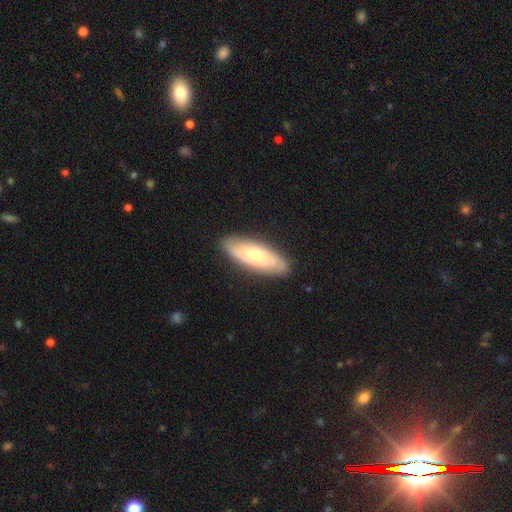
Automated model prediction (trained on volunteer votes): A smooth galaxy with no disk features (52%) that is in between round and cigar-shaped (66%).

Vote fractions:
- Smooth or featured? smooth: 52% / featured or disk: 42% / star or artifact: 6%
- How rounded? in between: 66% / cigar-shaped: 31% / round: 2%
- Merging? none: 86% / minor disturbance: 11% / major disturbance: 2% / merger: 1%